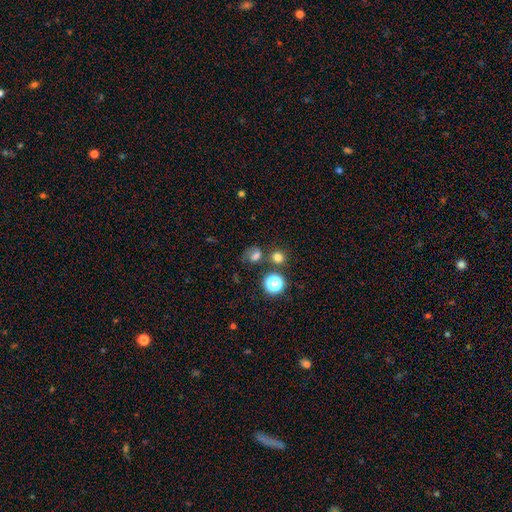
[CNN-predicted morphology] type=smooth (64%); roundness=round (55%); merging=none (54%).